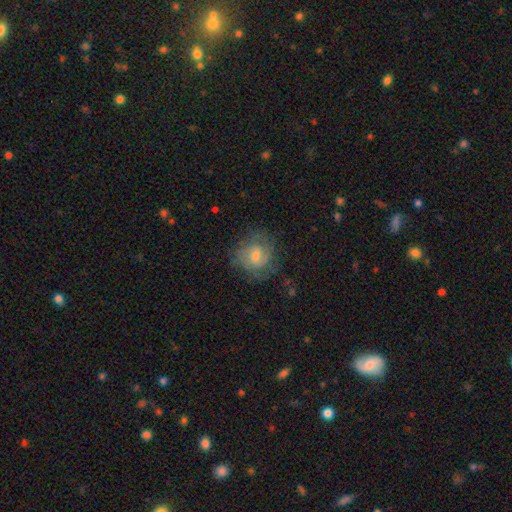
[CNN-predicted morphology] A featured or disk galaxy (56%) with no bar (49%), spiral arms (83%) and a moderate central bulge (52%).

Vote fractions:
- Smooth or featured? featured or disk: 56% / smooth: 35% / star or artifact: 9%
- Edge-on disk? no: 97% / yes: 3%
- Bar? no: 49% / weak: 44% / strong: 7%
- Spiral arms? yes: 83% / no: 17%
- Bulge size? moderate: 52% / small: 39% / large: 4% / none: 4% / dominant: 1%
- Merging? none: 71% / minor disturbance: 19% / major disturbance: 9% / merger: 1%